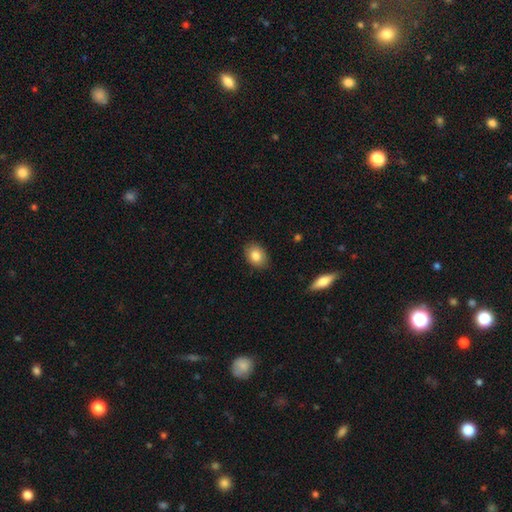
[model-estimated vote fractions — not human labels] Smooth or featured? Predicted: smooth (p=0.83). How rounded? Predicted: in between (p=0.70). Merging? Predicted: none (p=0.86).